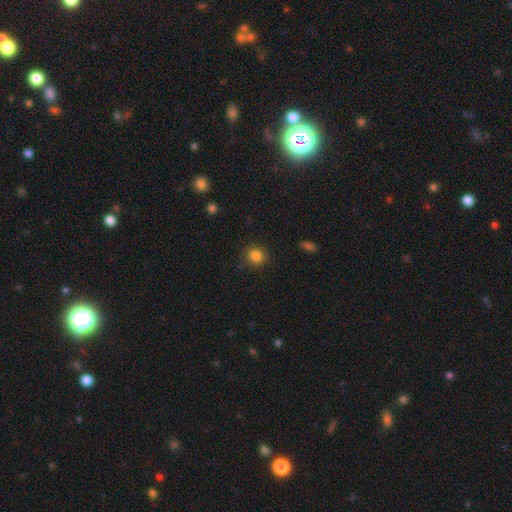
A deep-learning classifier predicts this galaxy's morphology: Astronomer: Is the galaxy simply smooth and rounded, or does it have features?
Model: smooth — 84%.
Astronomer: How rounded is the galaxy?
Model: round — 81%.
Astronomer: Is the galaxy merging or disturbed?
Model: none — 85%.